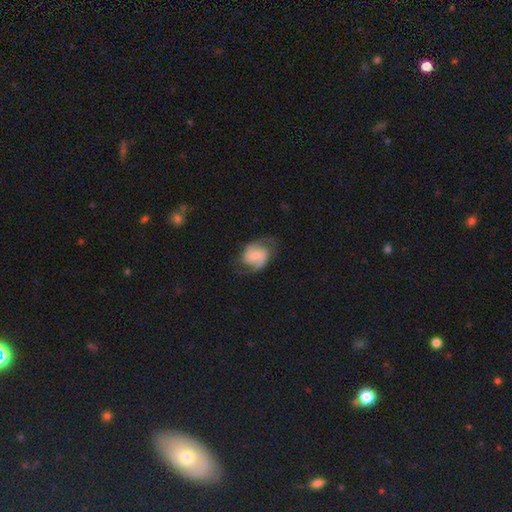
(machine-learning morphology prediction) A featured or disk galaxy (77%) with a weak bar (45%), 2 (88%) medium (52%) spiral arms (94%) and a small central bulge (46%). Merging: none (68%).